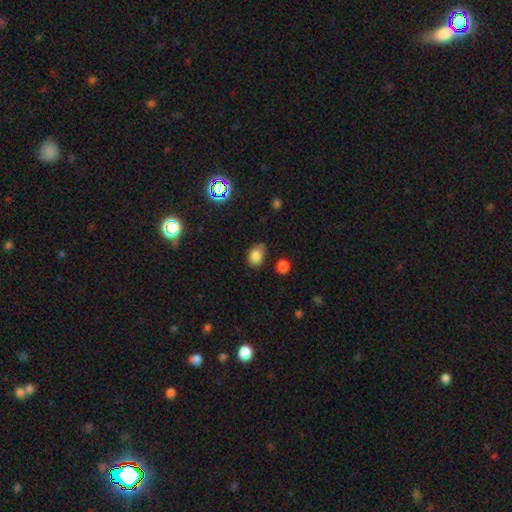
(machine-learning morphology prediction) The model was most divided on "how rounded": in between: 63%, round: 36%, cigar-shaped: 1%. More confident: smooth or featured — smooth (82%); merging — none (61%).